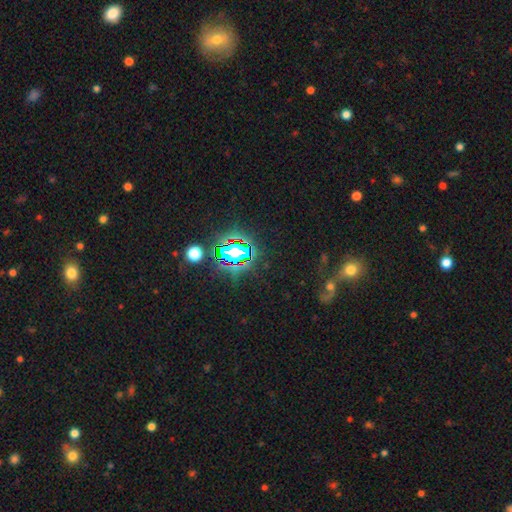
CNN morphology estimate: This is likely a star or artifact rather than a galaxy (77%).